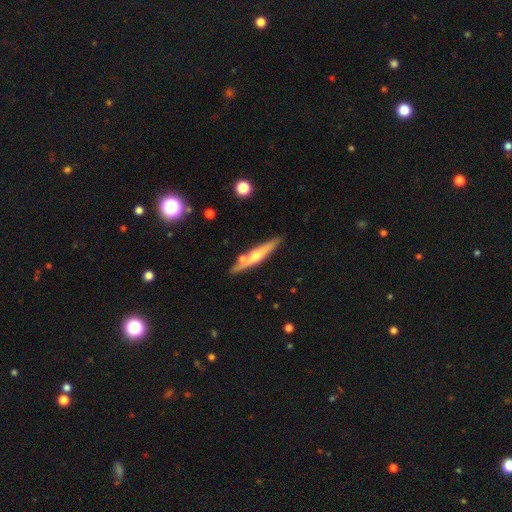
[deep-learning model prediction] Q: Smooth or featured?
A: featured or disk (56%); runner-up: smooth (38%)
Q: Edge-on disk?
A: yes (93%); runner-up: no (7%)
Q: Edge-on bulge?
A: rounded (79%); runner-up: none (16%)
Q: Merging?
A: none (79%); runner-up: minor disturbance (11%)